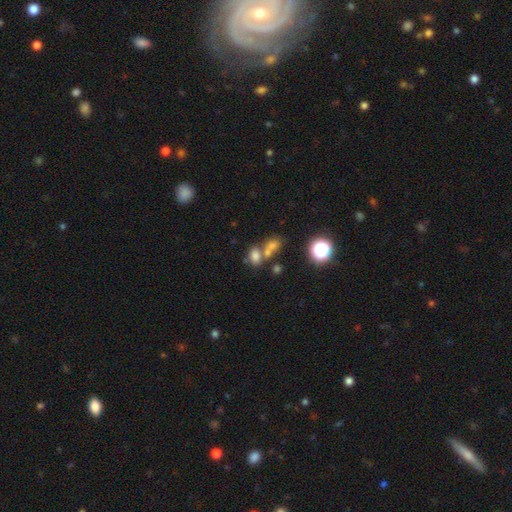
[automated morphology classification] Smooth or featured? Predicted: smooth (p=0.55). How rounded? Predicted: in between (p=0.51). Merging? Predicted: merger (p=0.51).